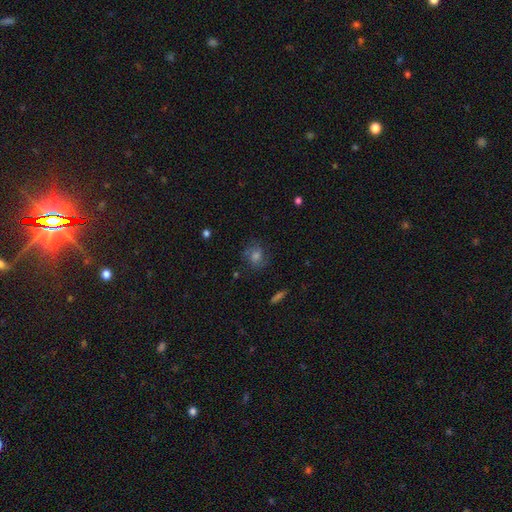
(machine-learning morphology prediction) Smooth or featured: smooth — 43% (featured or disk — 35%)
Merging: none — 76% (minor disturbance — 16%)